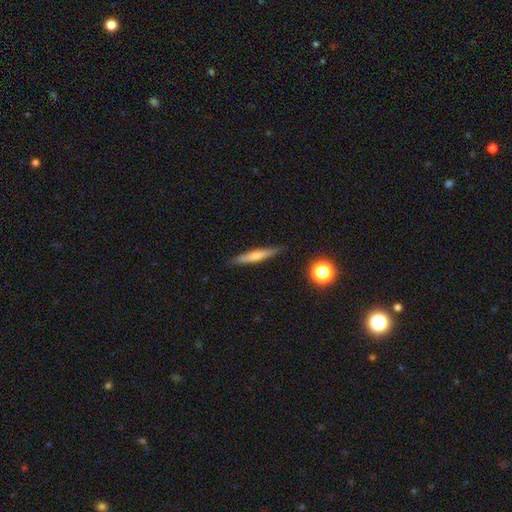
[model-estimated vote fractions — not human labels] smooth_or_featured: smooth (p=0.46) [tied with: featured or disk p=0.46]
merging: none (p=0.90) [alt: minor disturbance p=0.07]